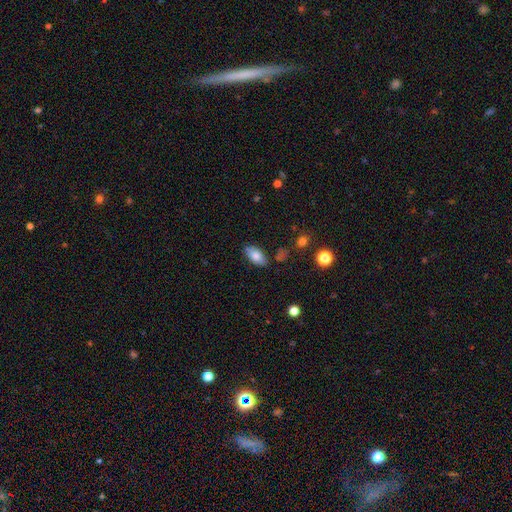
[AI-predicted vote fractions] smooth 79%, featured or disk 13%, star or artifact 8%. Down the decision tree: how rounded — in between (92%); merging — none (81%).